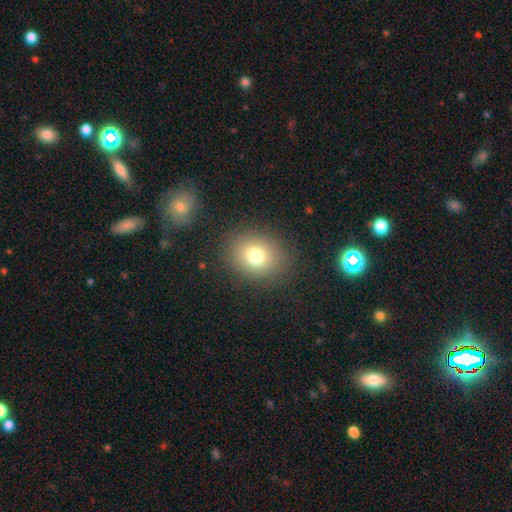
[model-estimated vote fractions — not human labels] smooth_or_featured: smooth (p=0.75) [alt: star or artifact p=0.14]
how_rounded: round (p=0.62) [alt: in between p=0.37]
merging: none (p=0.86) [alt: minor disturbance p=0.08]